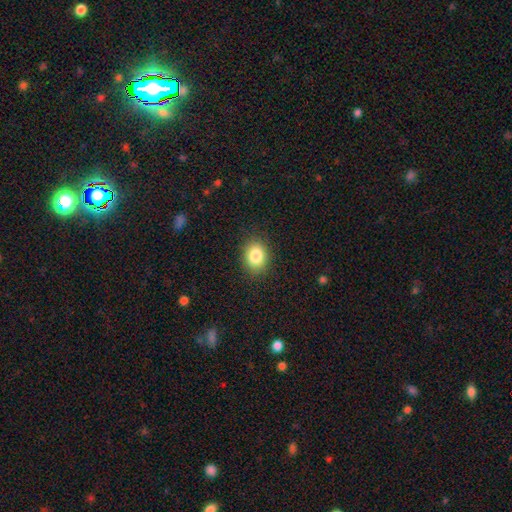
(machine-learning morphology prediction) Smooth or featured? Predicted: smooth (p=0.84). How rounded? Predicted: in between (p=0.59). Merging? Predicted: none (p=0.88).